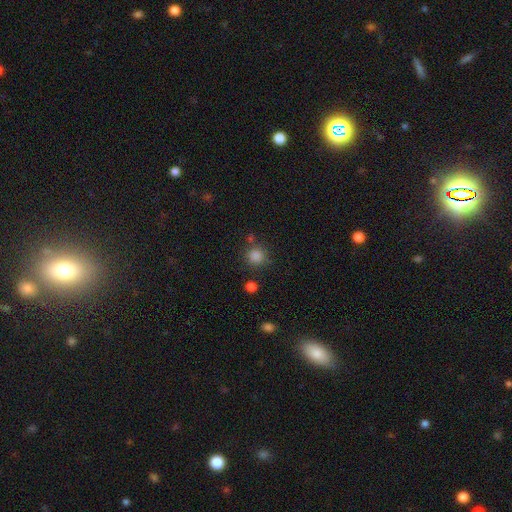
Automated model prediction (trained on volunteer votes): Morphology: type=smooth (84%); roundness=round (93%); merging=none (80%).